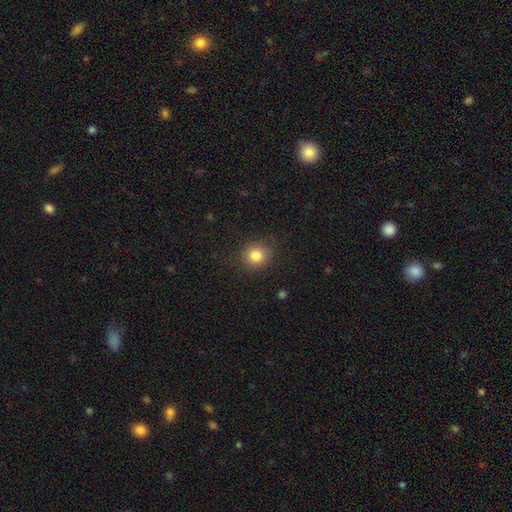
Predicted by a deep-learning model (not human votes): smooth-or-featured: smooth: 84% | star or artifact: 11% | featured or disk: 6%
  how-rounded: round: 86% | in between: 13% | cigar-shaped: 1%
  merging: none: 86% | minor disturbance: 10% | major disturbance: 3% | merger: 1%